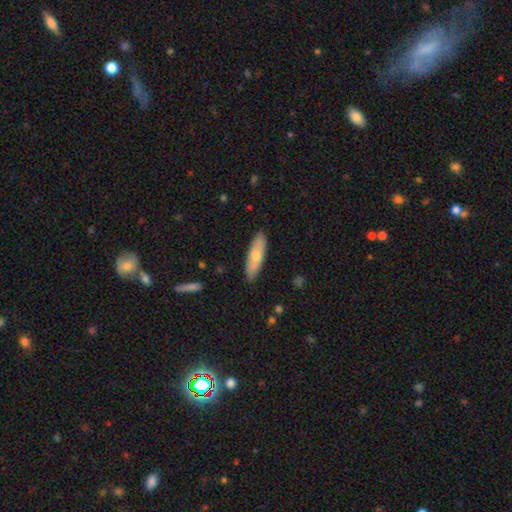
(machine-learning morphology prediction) A smooth galaxy with no disk features (59%) that is cigar-shaped (56%). Merging: none (87%).